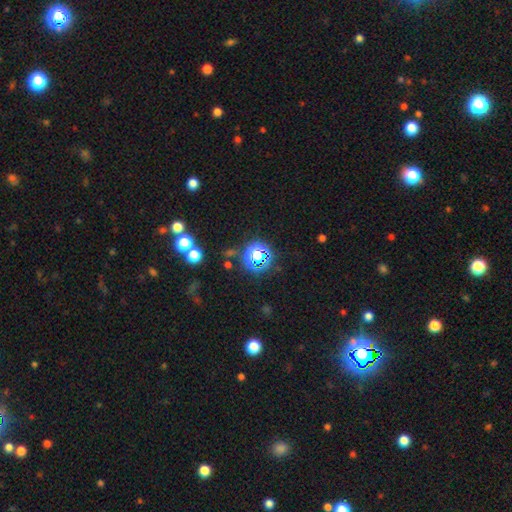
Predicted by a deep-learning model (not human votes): star or artifact 61%, smooth 29%, featured or disk 10%.